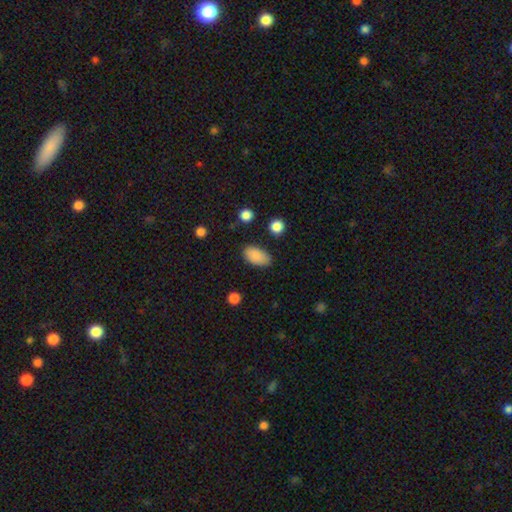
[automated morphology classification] Smooth or featured? smooth (88%)
How rounded? in between (93%)
Merging? none (83%)